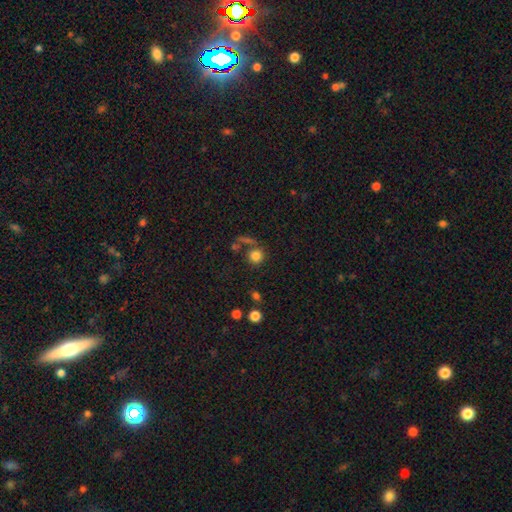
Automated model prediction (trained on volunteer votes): Overall: smooth (80%). How rounded: round (91%). Merging: none (68%).